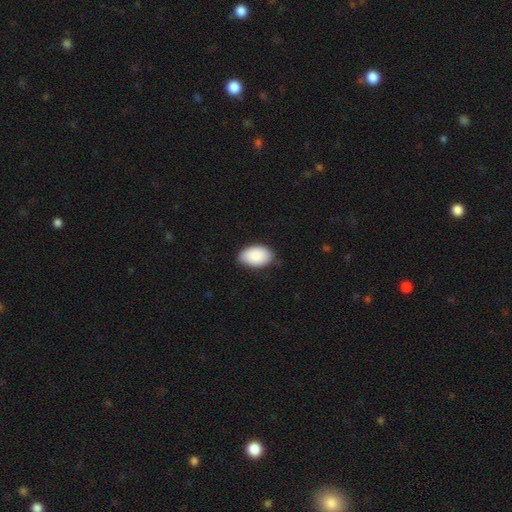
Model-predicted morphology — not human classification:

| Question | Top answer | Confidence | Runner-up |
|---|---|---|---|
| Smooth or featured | smooth | 90% | star or artifact (6%) |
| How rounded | in between | 93% | round (5%) |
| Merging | none | 77% | minor disturbance (19%) |